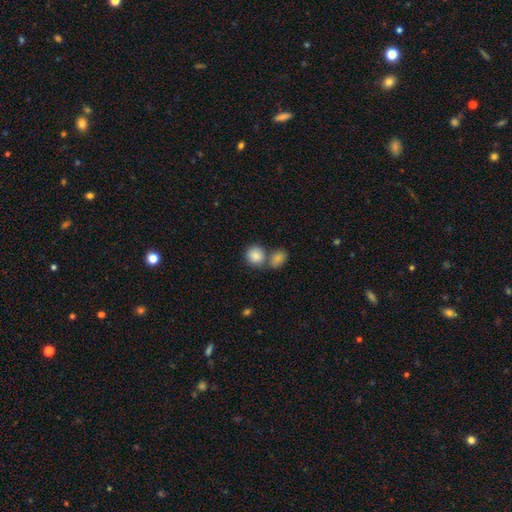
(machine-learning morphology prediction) Smooth or featured? Predicted: smooth (p=0.85). How rounded? Predicted: round (p=0.82). Merging? Predicted: none (p=0.52).